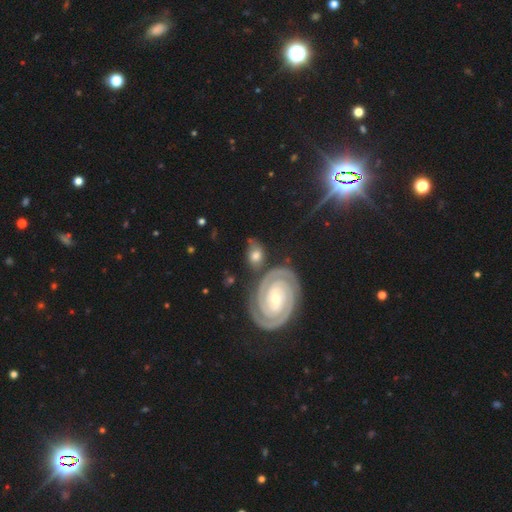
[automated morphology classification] This is possibly a featured or disk galaxy (55%). It is clearly not viewed edge-on (95%). Bar: possibly no (56%). Spiral arm pattern: clearly yes (90%). Central bulge: possibly moderate (46%). Merging: likely none (67%).